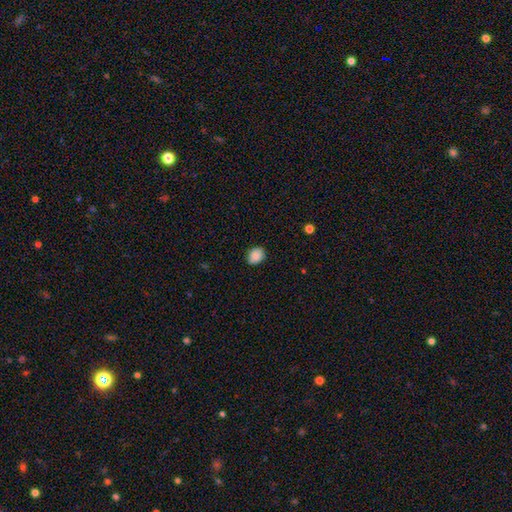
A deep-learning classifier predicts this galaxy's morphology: Smooth or featured? smooth (88%)
How rounded? in between (57%)
Merging? none (84%)